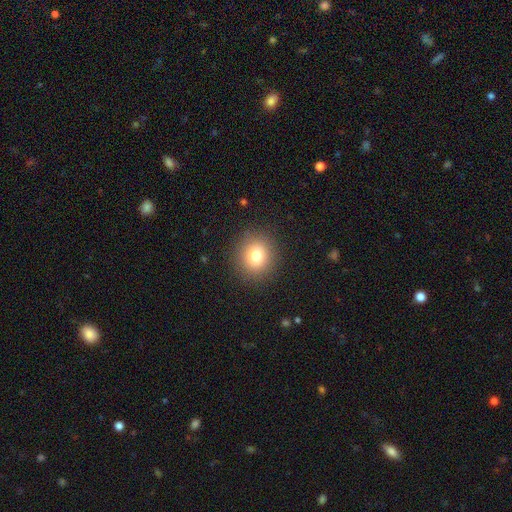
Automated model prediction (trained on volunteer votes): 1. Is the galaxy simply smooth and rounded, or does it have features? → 78% smooth, 12% star or artifact, 9% featured or disk.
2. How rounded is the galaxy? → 86% round, 13% in between, 1% cigar-shaped.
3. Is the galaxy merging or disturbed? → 90% none, 7% minor disturbance, 3% major disturbance, 1% merger.